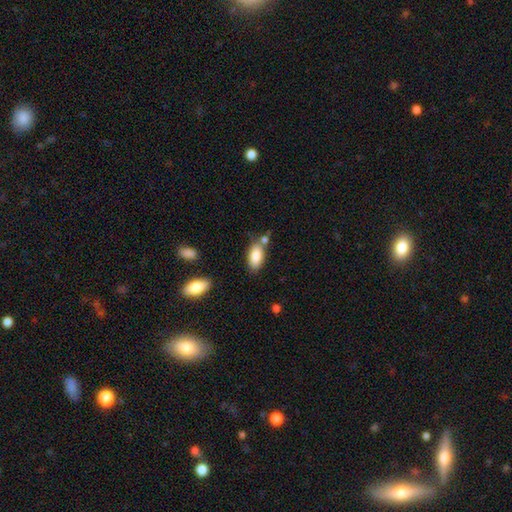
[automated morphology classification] type=smooth (85%); roundness=in between (91%); merging=none (65%).